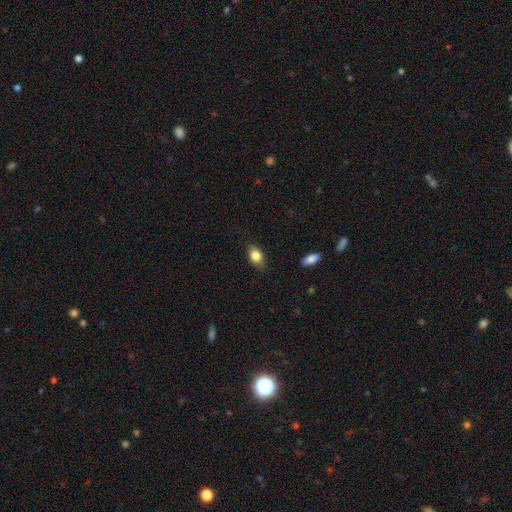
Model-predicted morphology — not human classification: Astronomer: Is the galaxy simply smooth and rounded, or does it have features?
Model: smooth — 81%.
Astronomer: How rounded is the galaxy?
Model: in between — 82%.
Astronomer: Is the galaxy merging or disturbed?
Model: none — 81%.